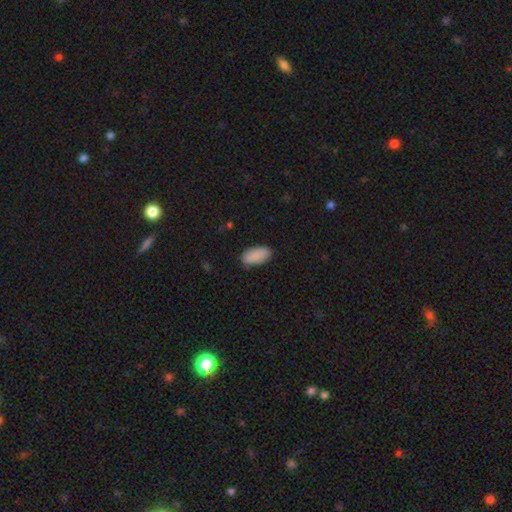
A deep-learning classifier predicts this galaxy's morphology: The model was most divided on "merging": none: 79%, minor disturbance: 17%, major disturbance: 3%, merger: 1%. More confident: how rounded — in between (94%); smooth or featured — smooth (89%).